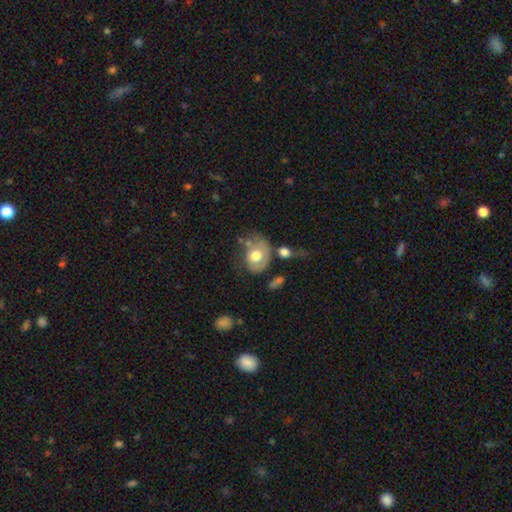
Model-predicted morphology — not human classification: smooth_or_featured: smooth (p=0.60) [alt: featured or disk p=0.33]
how_rounded: in between (p=0.60) [alt: round p=0.39]
merging: none (p=0.37) [alt: minor disturbance p=0.26]